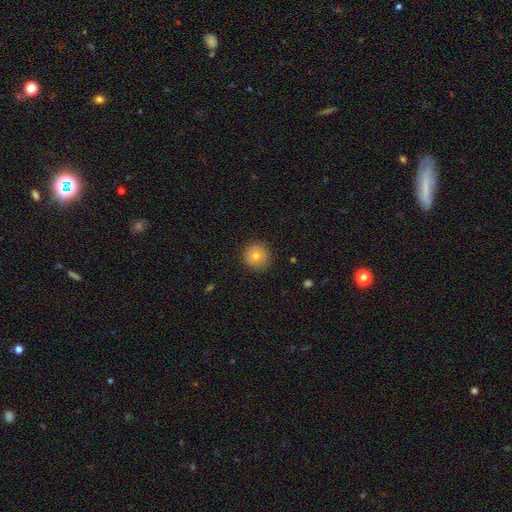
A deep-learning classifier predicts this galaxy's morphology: smooth-or-featured: smooth: 76% | featured or disk: 14% | star or artifact: 11%
  how-rounded: round: 95% | in between: 4% | cigar-shaped: 1%
  merging: none: 90% | minor disturbance: 7% | major disturbance: 2% | merger: 1%